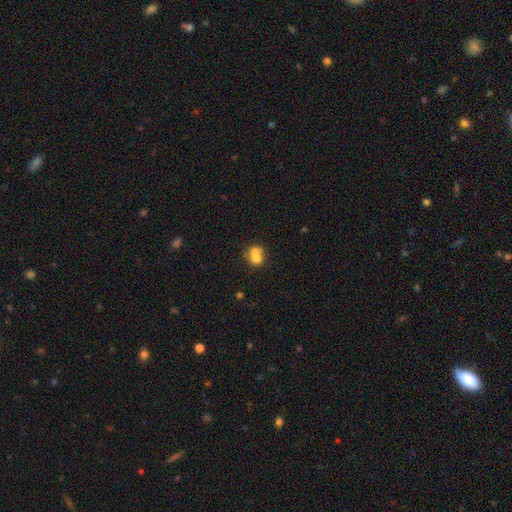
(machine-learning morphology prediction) smooth_or_featured: smooth (p=0.66) [alt: featured or disk p=0.23]
how_rounded: round (p=0.74) [alt: in between p=0.25]
merging: merger (p=0.62) [alt: none p=0.28]